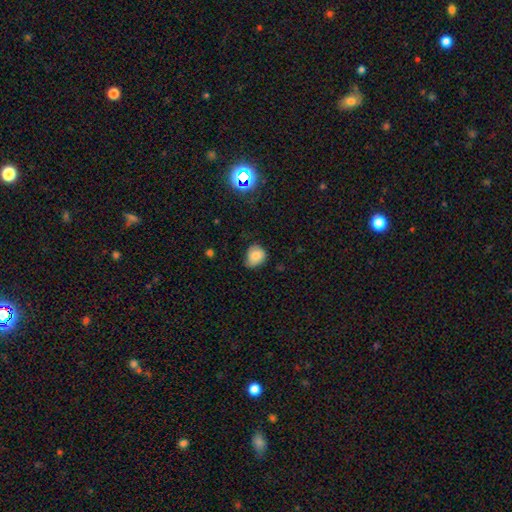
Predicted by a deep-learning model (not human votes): The model was most divided on "merging": none: 54%, minor disturbance: 36%, major disturbance: 8%, merger: 1%. More confident: smooth or featured — smooth (79%); how rounded — round (62%).